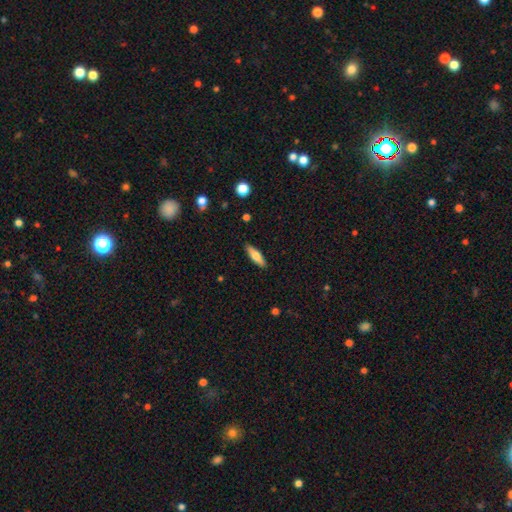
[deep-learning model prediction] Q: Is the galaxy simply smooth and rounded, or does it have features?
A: smooth — 63%.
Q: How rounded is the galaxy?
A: cigar-shaped — 61%.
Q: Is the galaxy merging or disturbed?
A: none — 90%.